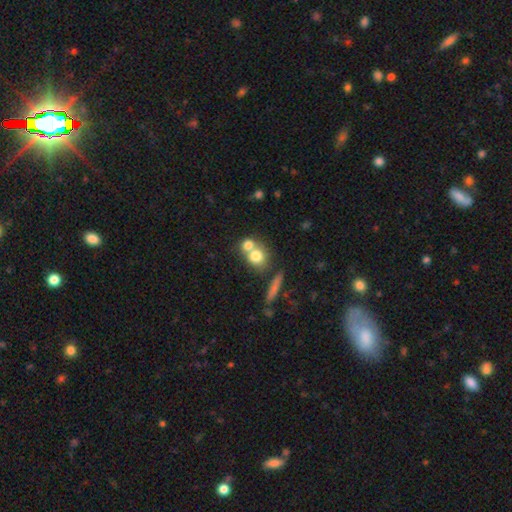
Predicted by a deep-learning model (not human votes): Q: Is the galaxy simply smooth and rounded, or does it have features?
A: smooth — 73%.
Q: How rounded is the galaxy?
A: round — 69%.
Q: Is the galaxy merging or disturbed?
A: merger — 55%.